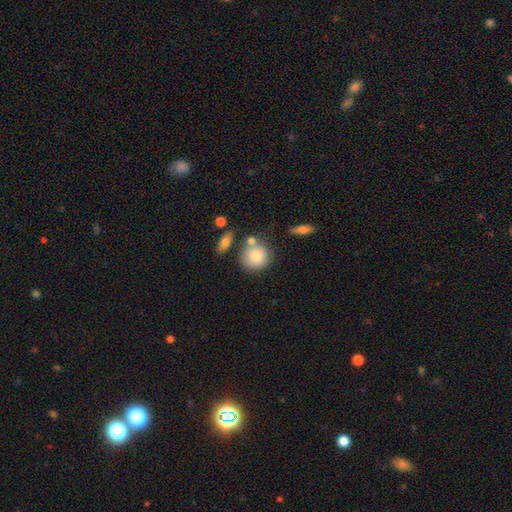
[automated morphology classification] Smooth or featured? smooth (77%)
How rounded? round (88%)
Merging? none (66%)